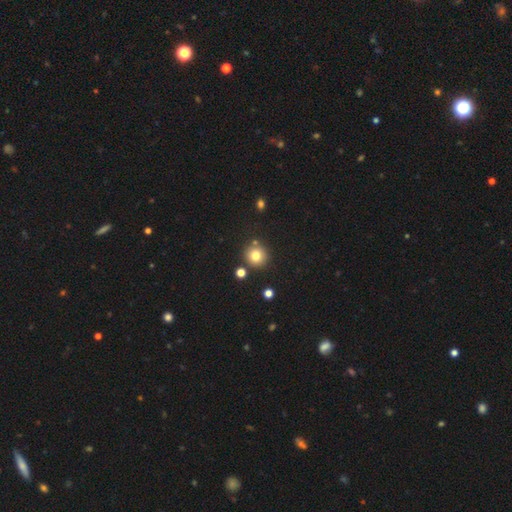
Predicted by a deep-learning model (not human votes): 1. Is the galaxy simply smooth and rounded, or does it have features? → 78% smooth, 13% star or artifact, 9% featured or disk.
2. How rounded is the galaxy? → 93% round, 6% in between, 1% cigar-shaped.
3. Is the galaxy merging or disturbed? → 81% none, 8% merger, 8% minor disturbance, 3% major disturbance.